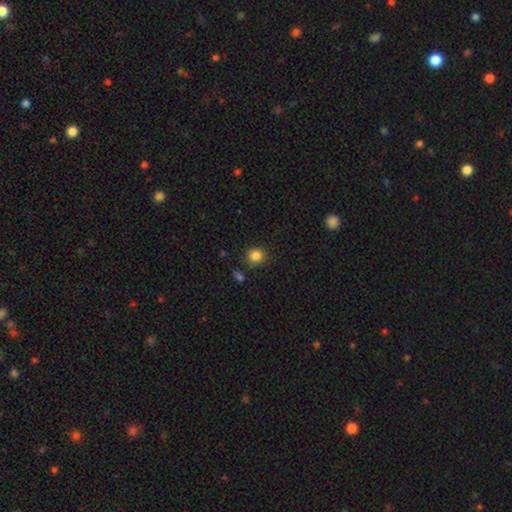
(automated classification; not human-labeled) A smooth galaxy with no disk features (85%) that is round (88%).

Vote fractions:
- Smooth or featured? smooth: 85% / star or artifact: 11% / featured or disk: 5%
- How rounded? round: 88% / in between: 11% / cigar-shaped: 1%
- Merging? none: 83% / minor disturbance: 10% / merger: 4% / major disturbance: 3%